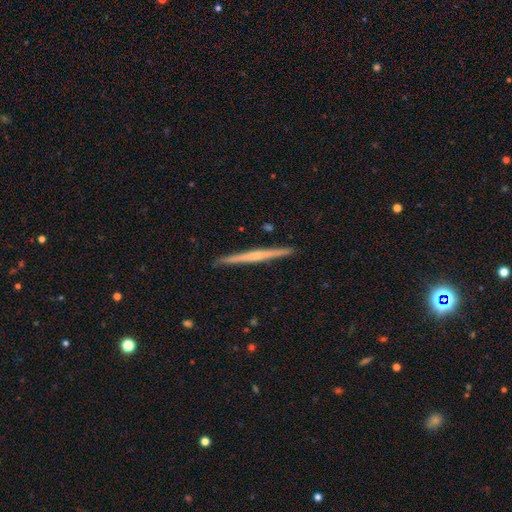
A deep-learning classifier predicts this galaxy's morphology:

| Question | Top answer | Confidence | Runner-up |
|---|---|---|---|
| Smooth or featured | featured or disk | 68% | smooth (27%) |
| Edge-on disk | yes | 98% | no (2%) |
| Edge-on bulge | none | 48% | rounded (44%) |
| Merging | none | 92% | minor disturbance (6%) |